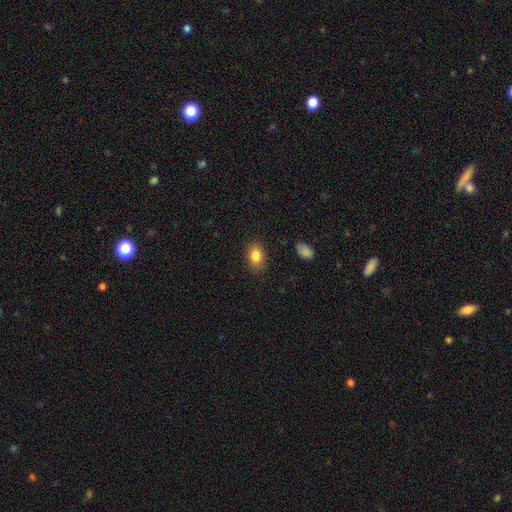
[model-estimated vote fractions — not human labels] Morphology: type=smooth (84%); roundness=in between (82%); merging=none (82%).